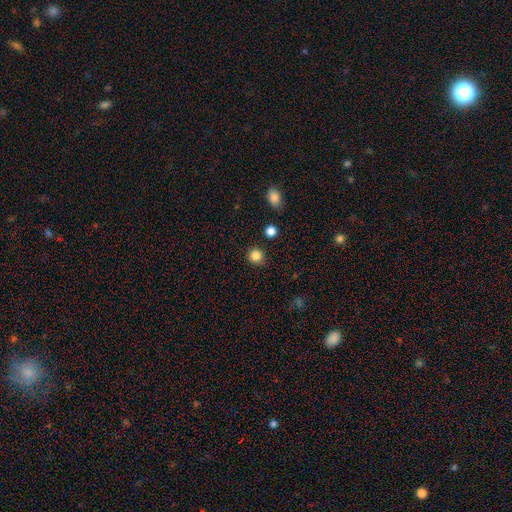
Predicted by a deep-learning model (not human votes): Smooth or featured?
  - smooth: 85% *
  - star or artifact: 11%
  - featured or disk: 4%
How rounded?
  - round: 92% *
  - in between: 7%
  - cigar-shaped: 1%
Merging?
  - none: 89% *
  - minor disturbance: 7%
  - merger: 2%
  - major disturbance: 2%